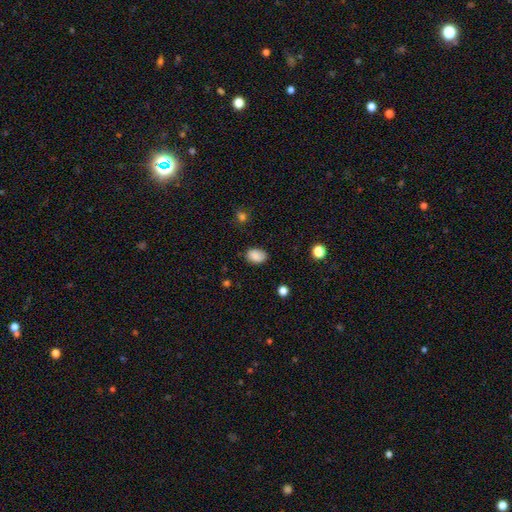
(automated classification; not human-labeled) smooth-or-featured: smooth: 86% | star or artifact: 9% | featured or disk: 5%
  how-rounded: in between: 78% | round: 21% | cigar-shaped: 1%
  merging: none: 78% | minor disturbance: 17% | major disturbance: 3% | merger: 2%